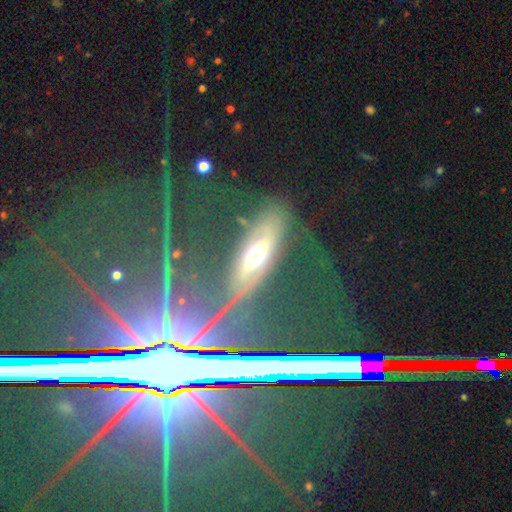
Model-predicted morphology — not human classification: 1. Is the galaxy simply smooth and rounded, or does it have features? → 40% featured or disk, 34% star or artifact, 26% smooth.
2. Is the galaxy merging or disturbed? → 70% none, 17% minor disturbance, 10% major disturbance, 4% merger.